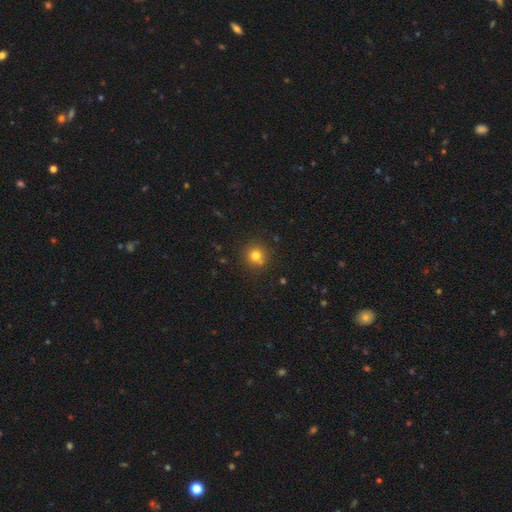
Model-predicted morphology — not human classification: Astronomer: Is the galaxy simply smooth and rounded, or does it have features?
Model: smooth — 77%.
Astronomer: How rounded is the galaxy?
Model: round — 91%.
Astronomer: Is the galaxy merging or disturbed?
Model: none — 77%.